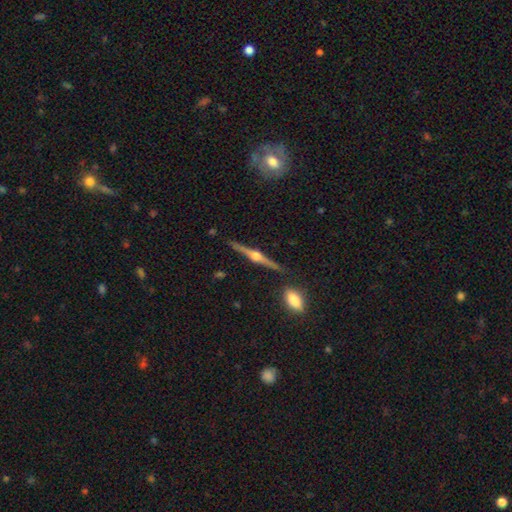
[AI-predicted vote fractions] smooth-or-featured: featured or disk: 85% | smooth: 9% | star or artifact: 6%
  disk-edge-on: yes: 98% | no: 2%
    edge-on-bulge: rounded: 95% | boxy: 3% | none: 2%
  merging: none: 88% | minor disturbance: 7% | merger: 3% | major disturbance: 2%